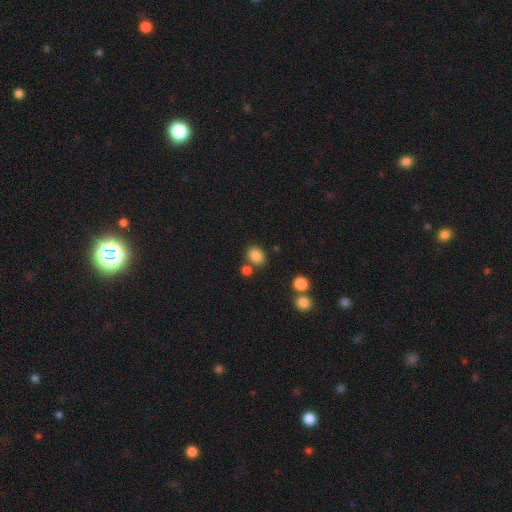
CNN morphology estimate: smooth-or-featured: smooth: 84% | star or artifact: 11% | featured or disk: 5%
  how-rounded: in between: 54% | round: 45% | cigar-shaped: 1%
  merging: none: 68% | merger: 15% | minor disturbance: 12% | major disturbance: 4%